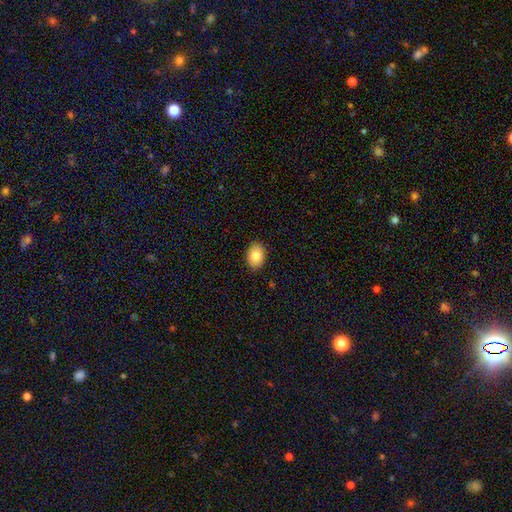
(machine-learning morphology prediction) Smooth or featured?
  - smooth: 84% *
  - featured or disk: 9%
  - star or artifact: 7%
How rounded?
  - in between: 78% *
  - round: 21%
  - cigar-shaped: 1%
Merging?
  - none: 89% *
  - minor disturbance: 8%
  - major disturbance: 2%
  - merger: 1%